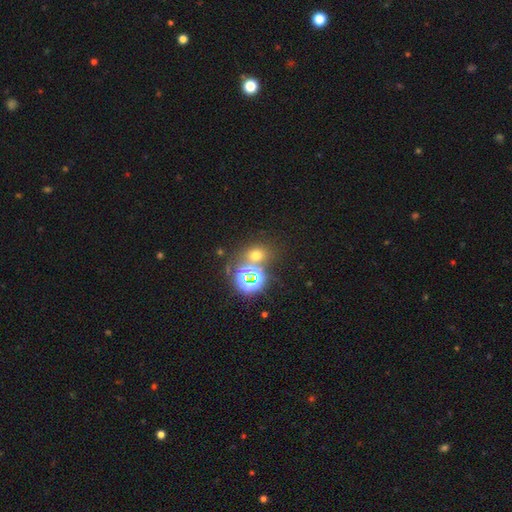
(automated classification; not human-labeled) Smooth or featured: smooth — 56% (star or artifact — 36%)
How rounded: round — 73% (in between — 26%)
Merging: none — 66% (merger — 21%)